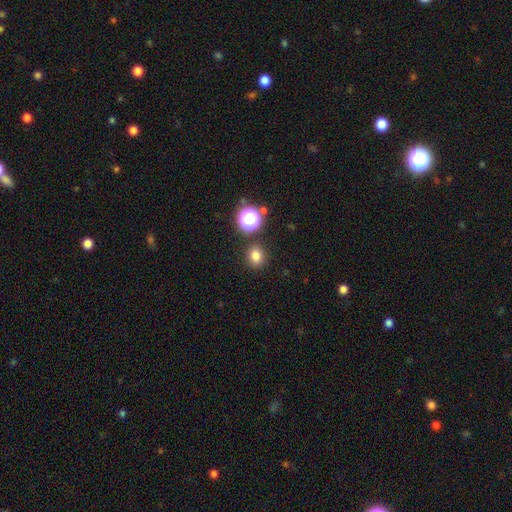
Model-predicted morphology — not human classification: Q: Smooth or featured?
A: smooth (78%); runner-up: star or artifact (16%)
Q: How rounded?
A: round (69%); runner-up: in between (30%)
Q: Merging?
A: none (86%); runner-up: minor disturbance (8%)